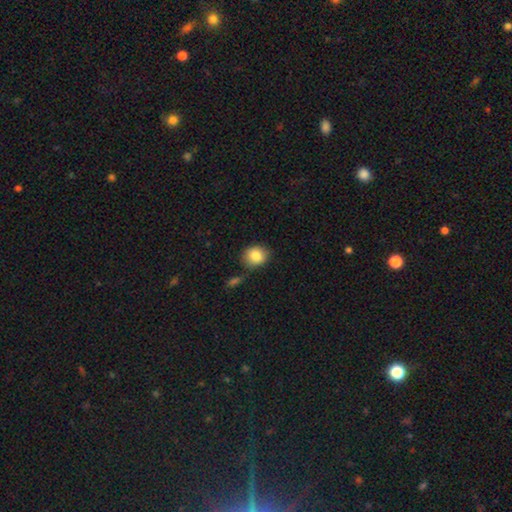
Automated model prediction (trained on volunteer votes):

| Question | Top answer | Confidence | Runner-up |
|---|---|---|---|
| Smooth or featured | smooth | 84% | star or artifact (9%) |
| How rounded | round | 66% | in between (33%) |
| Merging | none | 74% | minor disturbance (16%) |